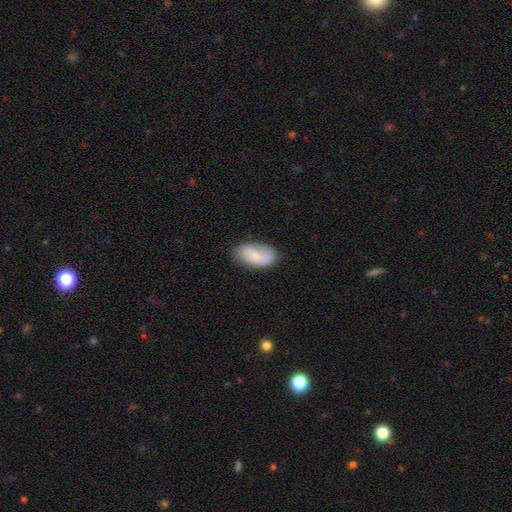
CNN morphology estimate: Smooth or featured: smooth — 67% (featured or disk — 26%)
How rounded: in between — 94% (round — 4%)
Merging: none — 62% (minor disturbance — 24%)